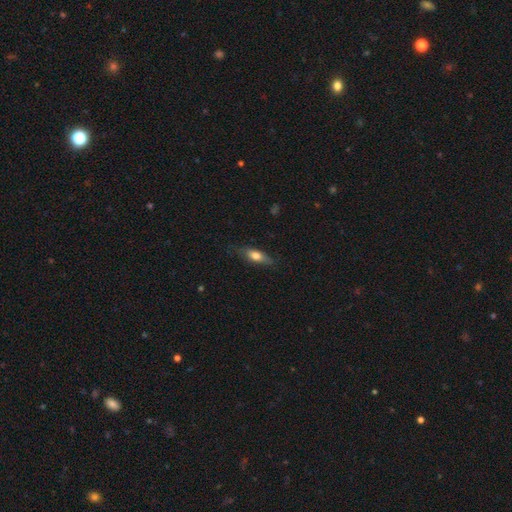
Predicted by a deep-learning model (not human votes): The model was most divided on "how rounded": in between: 58%, cigar-shaped: 39%, round: 3%. More confident: merging — none (75%); smooth or featured — smooth (67%).